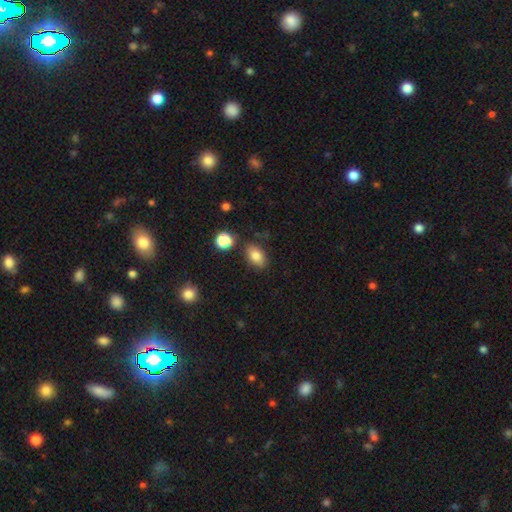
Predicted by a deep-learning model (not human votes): Smooth or featured? smooth (81%)
How rounded? in between (85%)
Merging? none (80%)